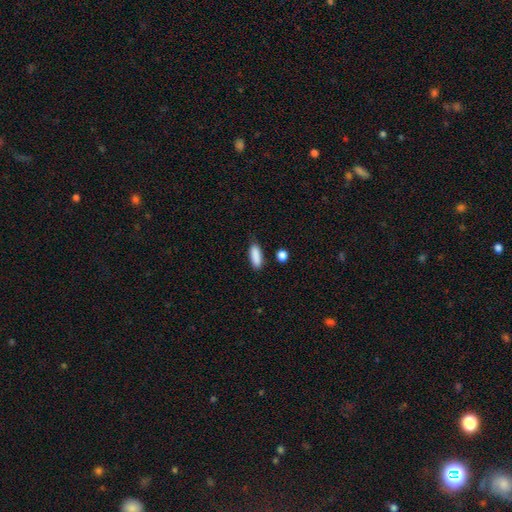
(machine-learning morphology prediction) Smooth or featured?
  - smooth: 89% *
  - star or artifact: 7%
  - featured or disk: 5%
How rounded?
  - in between: 64% *
  - cigar-shaped: 33%
  - round: 3%
Merging?
  - none: 79% *
  - minor disturbance: 15%
  - merger: 3%
  - major disturbance: 3%